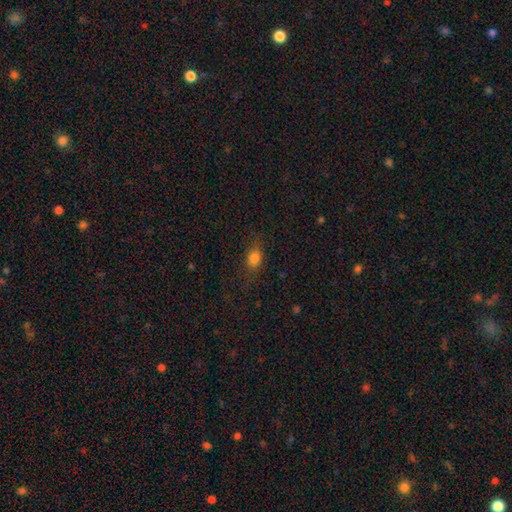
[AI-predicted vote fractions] A smooth galaxy with no disk features (69%) that is in between round and cigar-shaped (59%). Merging: none (78%).